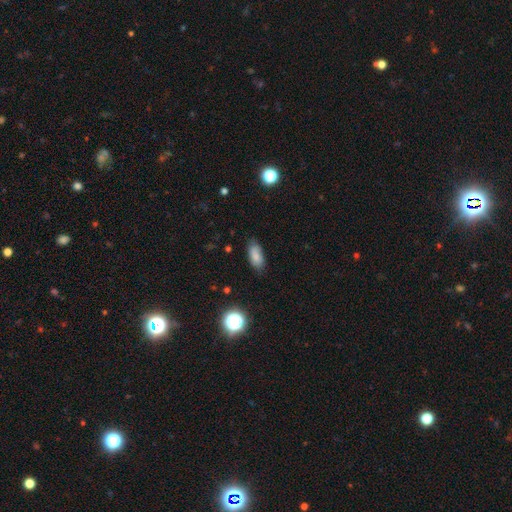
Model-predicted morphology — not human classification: smooth 81%, star or artifact 10%, featured or disk 9%. Down the decision tree: how rounded — in between (87%); merging — none (76%).